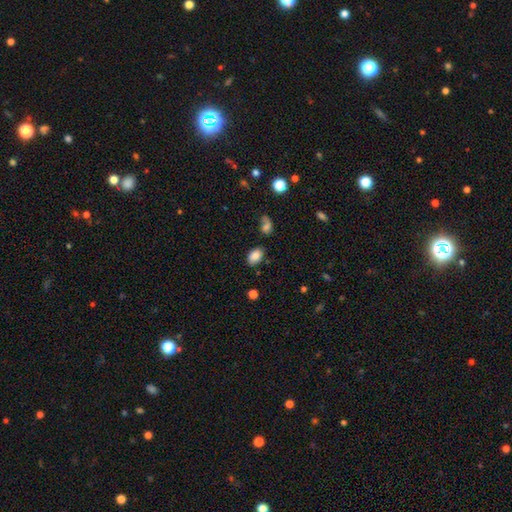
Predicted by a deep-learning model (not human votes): smooth-or-featured: smooth: 84% | star or artifact: 9% | featured or disk: 7%
  how-rounded: in between: 89% | round: 10% | cigar-shaped: 1%
  merging: none: 76% | minor disturbance: 15% | merger: 5% | major disturbance: 4%